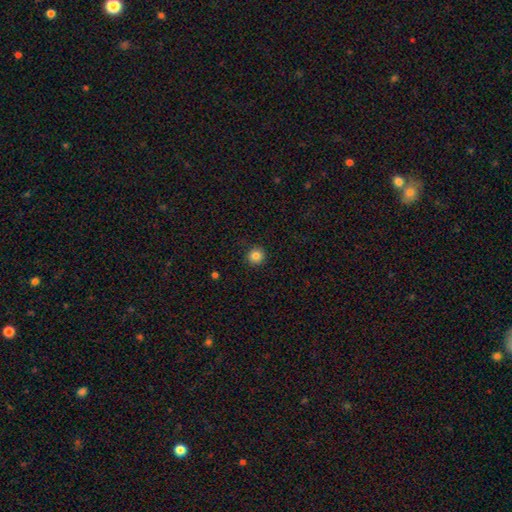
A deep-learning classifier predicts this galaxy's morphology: Smooth or featured?
  - smooth: 85% *
  - star or artifact: 11%
  - featured or disk: 4%
How rounded?
  - round: 93% *
  - in between: 6%
  - cigar-shaped: 1%
Merging?
  - none: 91% *
  - minor disturbance: 6%
  - major disturbance: 2%
  - merger: 1%